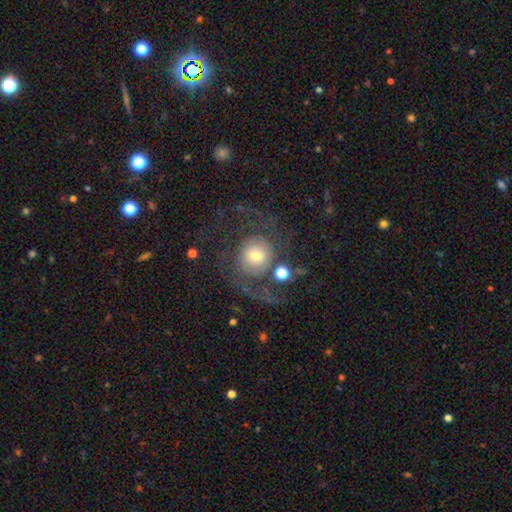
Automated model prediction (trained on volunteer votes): A featured or disk galaxy (56%) with no bar (72%), spiral arms (74%) and a moderate central bulge (48%). Merging: none (54%).